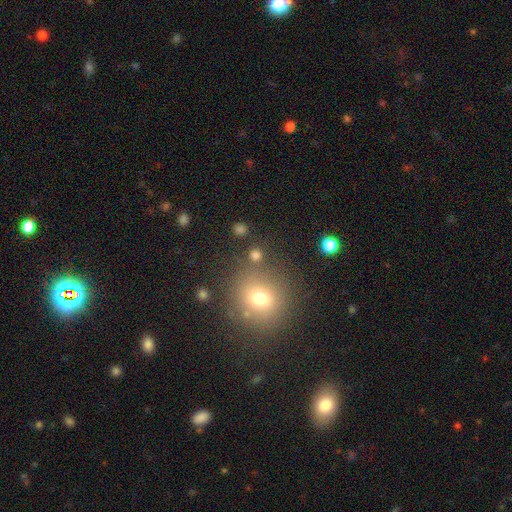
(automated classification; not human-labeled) Q: Smooth or featured?
A: smooth (74%); runner-up: star or artifact (19%)
Q: How rounded?
A: round (90%); runner-up: in between (8%)
Q: Merging?
A: none (80%); runner-up: merger (10%)